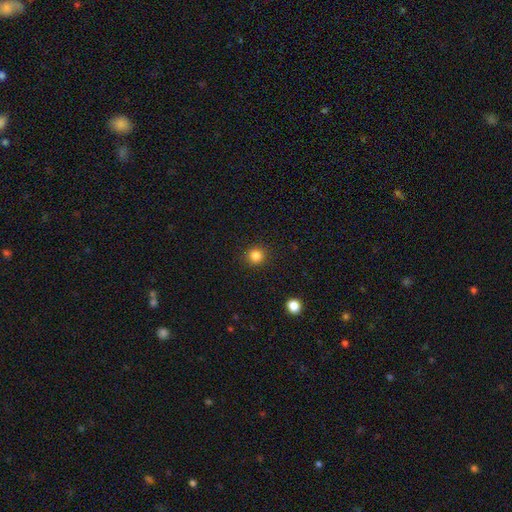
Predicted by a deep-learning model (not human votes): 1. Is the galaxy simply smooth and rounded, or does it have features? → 84% smooth, 12% star or artifact, 4% featured or disk.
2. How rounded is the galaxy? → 92% round, 7% in between, 1% cigar-shaped.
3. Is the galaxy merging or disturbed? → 91% none, 6% minor disturbance, 2% major disturbance, 1% merger.